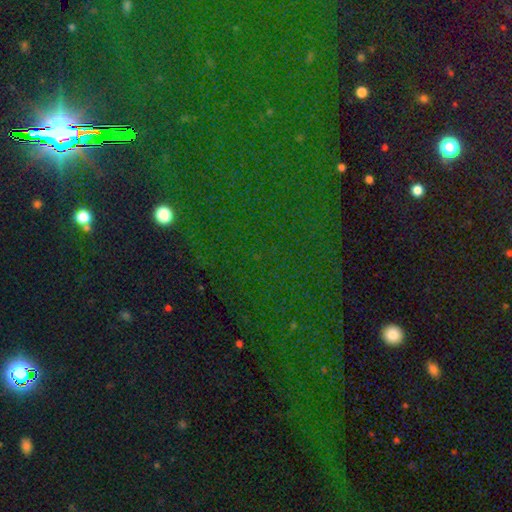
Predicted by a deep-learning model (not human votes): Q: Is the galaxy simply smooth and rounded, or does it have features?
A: star or artifact — 84%.